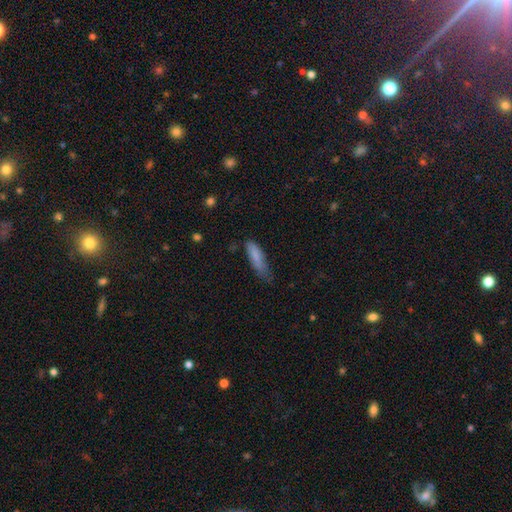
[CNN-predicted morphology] Smooth or featured?
  - smooth: 82% *
  - featured or disk: 11%
  - star or artifact: 7%
How rounded?
  - cigar-shaped: 62% *
  - in between: 36%
  - round: 2%
Merging?
  - none: 42% *
  - minor disturbance: 41%
  - major disturbance: 14%
  - merger: 3%